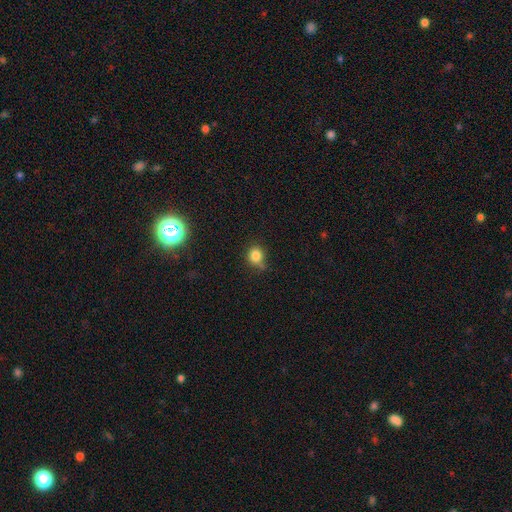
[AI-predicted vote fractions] smooth 81%, star or artifact 13%, featured or disk 6%. Down the decision tree: how rounded — round (80%); merging — none (61%).